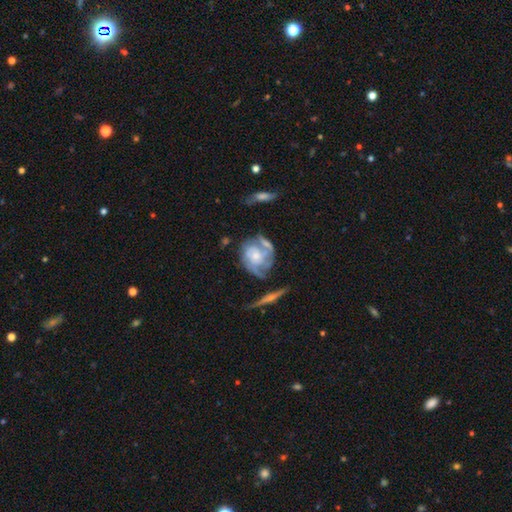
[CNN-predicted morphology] Smooth or featured: featured or disk — 74% (smooth — 19%)
Edge-on disk: no — 96% (yes — 4%)
Bar: no — 76% (weak — 20%)
Spiral arms: yes — 85% (no — 15%)
Spiral winding: tight — 51% (medium — 36%)
Spiral arm count: can't tell — 33% (2 — 27%)
Bulge size: small — 44% (moderate — 41%)
Merging: none — 39% (minor disturbance — 21%)